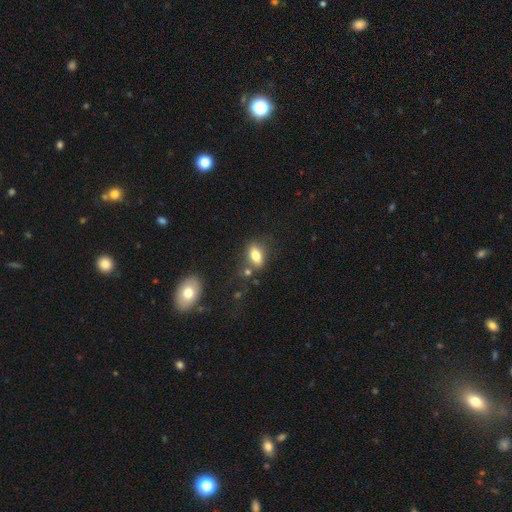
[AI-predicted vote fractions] Smooth or featured: smooth — 77% (featured or disk — 14%)
How rounded: in between — 83% (round — 11%)
Merging: none — 70% (minor disturbance — 15%)